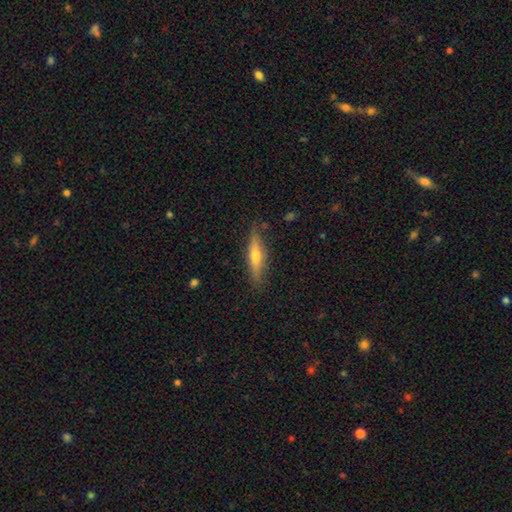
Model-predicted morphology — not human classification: smooth_or_featured: featured or disk (p=0.48) [alt: smooth p=0.45]
merging: none (p=0.84) [alt: minor disturbance p=0.12]